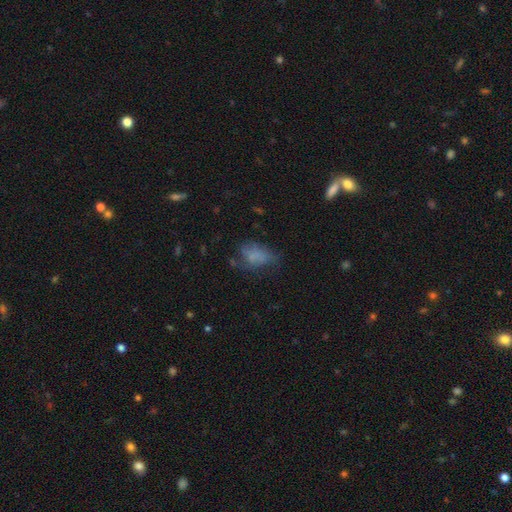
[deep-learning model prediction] The model was most divided on "merging": none: 40%, minor disturbance: 29%, major disturbance: 28%, merger: 4%. More confident: how rounded — in between (84%); smooth or featured — smooth (63%).